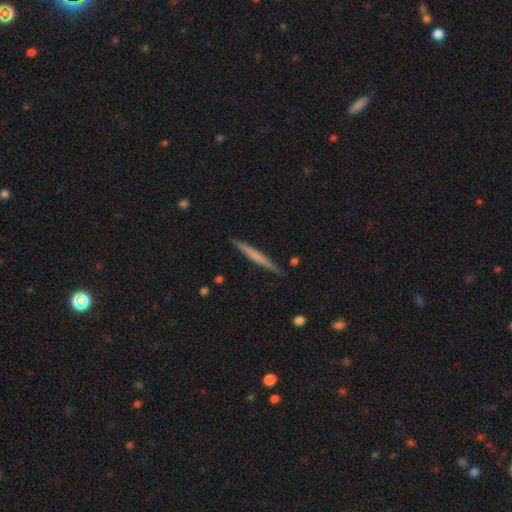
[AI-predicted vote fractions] A smooth galaxy with no disk features (51%) that is cigar-shaped (97%). Merging: none (90%).